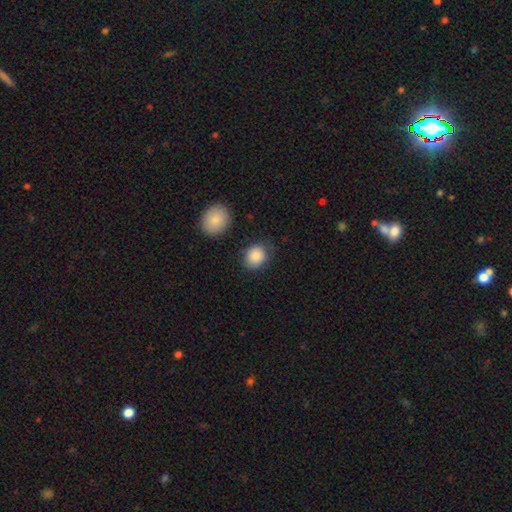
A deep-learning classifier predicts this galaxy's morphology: smooth-or-featured: smooth: 89% | star or artifact: 7% | featured or disk: 4%
  how-rounded: round: 64% | in between: 35% | cigar-shaped: 1%
  merging: none: 74% | minor disturbance: 18% | major disturbance: 5% | merger: 3%